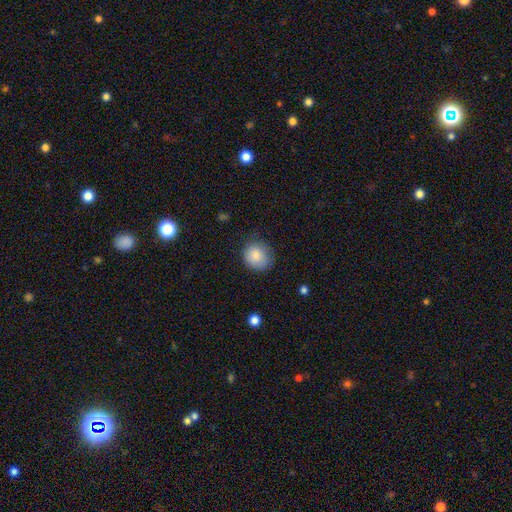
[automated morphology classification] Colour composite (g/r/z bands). It shows a smooth galaxy with no disk features (83%) that is round (79%). Merging: none (71%).